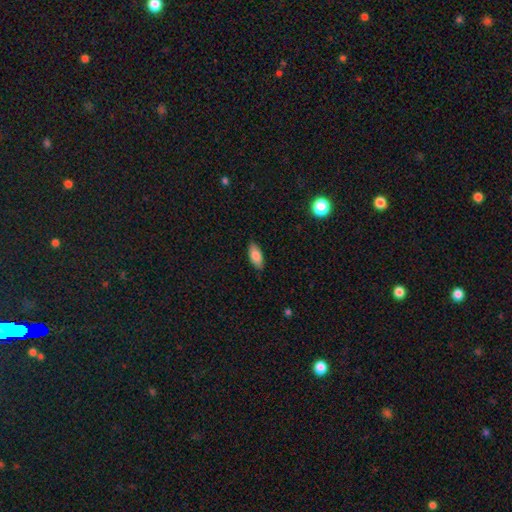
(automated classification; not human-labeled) Q: Smooth or featured?
A: smooth (82%); runner-up: featured or disk (11%)
Q: How rounded?
A: in between (85%); runner-up: cigar-shaped (12%)
Q: Merging?
A: none (86%); runner-up: minor disturbance (11%)